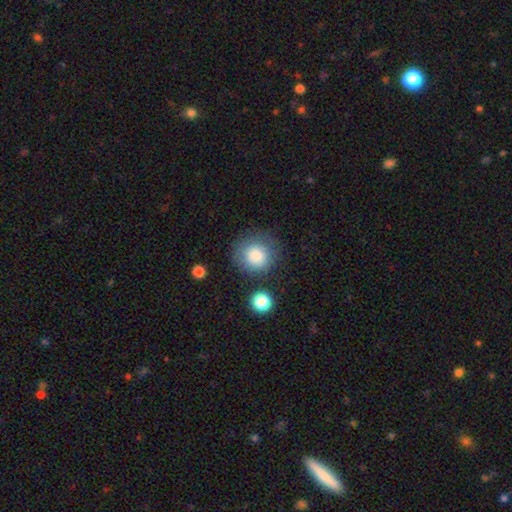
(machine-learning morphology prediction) smooth-or-featured: smooth: 84% | star or artifact: 9% | featured or disk: 7%
  how-rounded: round: 90% | in between: 9% | cigar-shaped: 1%
  merging: none: 75% | minor disturbance: 13% | major disturbance: 6% | merger: 5%